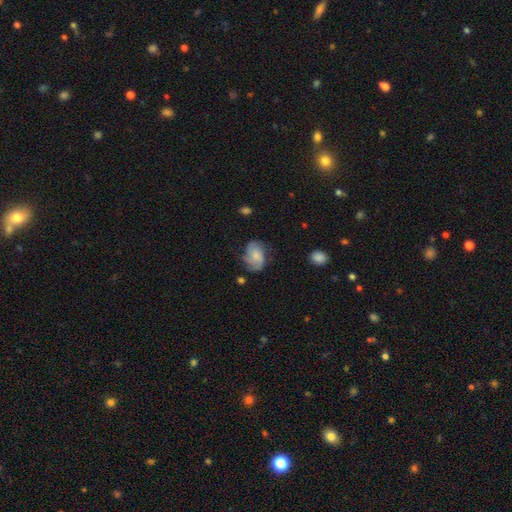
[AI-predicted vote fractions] The model was most divided on "smooth or featured": featured or disk: 51%, smooth: 41%, star or artifact: 7%. More confident: edge-on disk — no (97%); spiral arms — yes (88%); bar — no (73%); merging — none (60%); bulge size — small (53%).